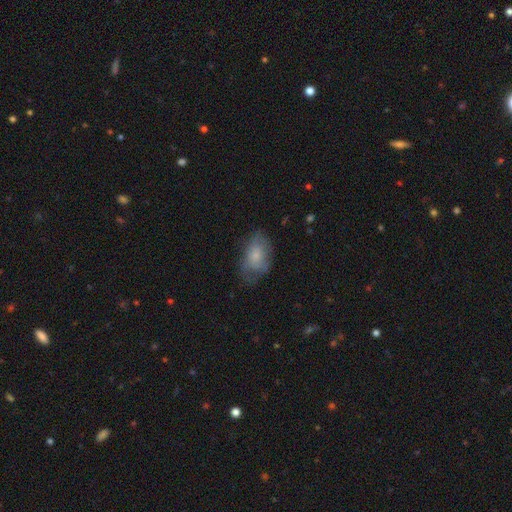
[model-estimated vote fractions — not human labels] smooth 68%, featured or disk 24%, star or artifact 8%. Down the decision tree: how rounded — in between (90%); merging — none (49%).